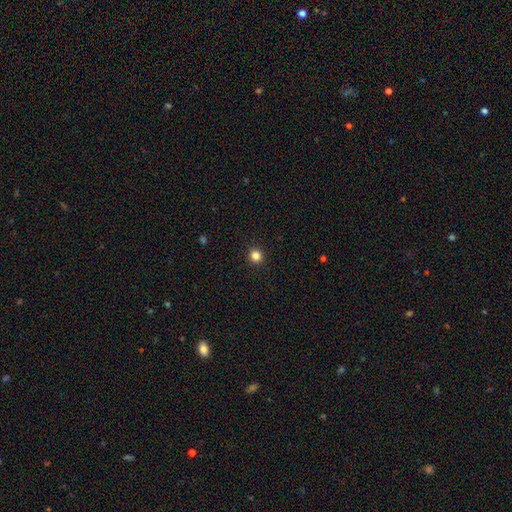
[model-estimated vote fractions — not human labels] Smooth or featured? smooth (84%)
How rounded? round (95%)
Merging? none (94%)